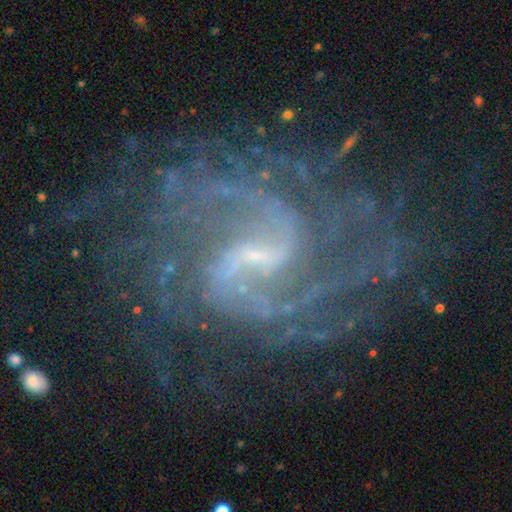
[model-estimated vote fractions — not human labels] This appears to be a featured or disk galaxy (90%) with a weak bar (54%), 2 (51%) medium (49%) spiral arms (97%) and a small central bulge (74%). Merging: none (67%).